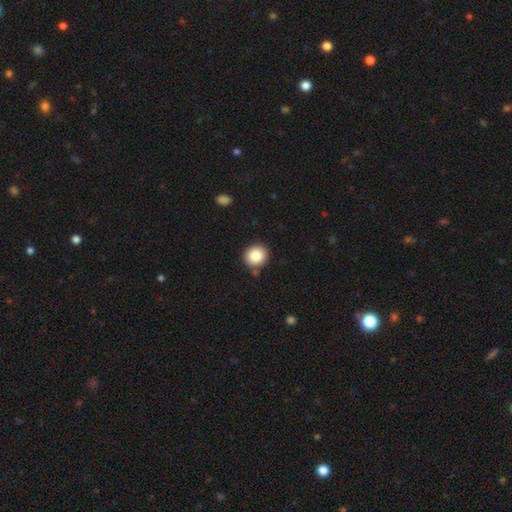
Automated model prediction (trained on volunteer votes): smooth_or_featured: smooth (p=0.85) [alt: star or artifact p=0.09]
how_rounded: round (p=0.88) [alt: in between p=0.11]
merging: none (p=0.87) [alt: minor disturbance p=0.08]